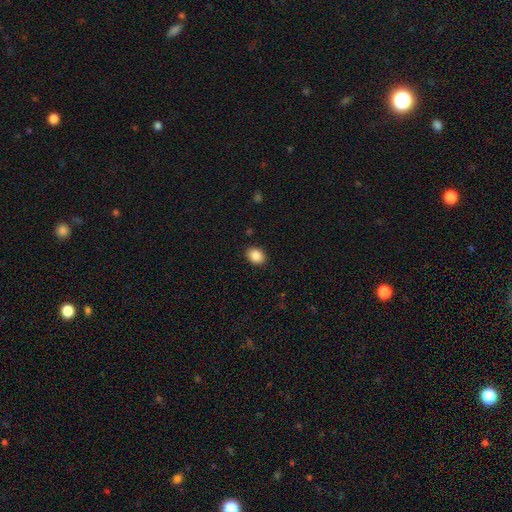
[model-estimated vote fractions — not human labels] Morphology: type=smooth (88%); roundness=in between (61%); merging=none (89%).